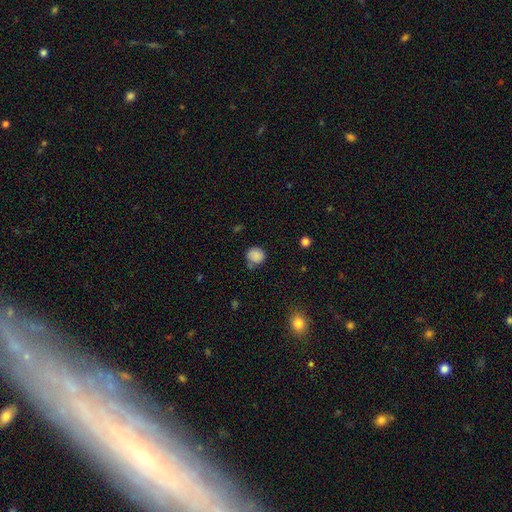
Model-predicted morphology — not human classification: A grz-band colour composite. It shows a smooth galaxy with no disk features (85%) that is round (82%). Merging: none (68%).